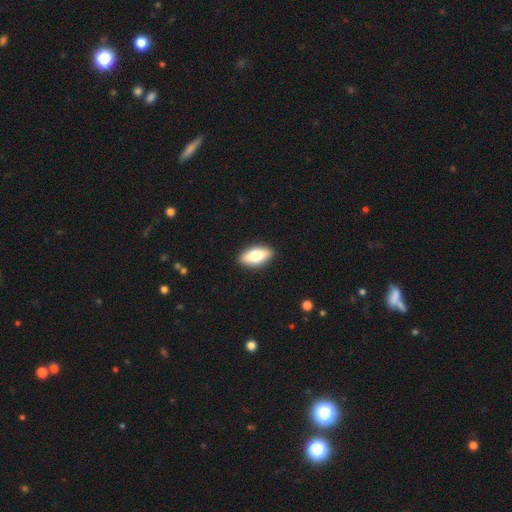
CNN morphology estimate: Smooth or featured? Predicted: smooth (p=0.74). How rounded? Predicted: in between (p=0.88). Merging? Predicted: none (p=0.90).